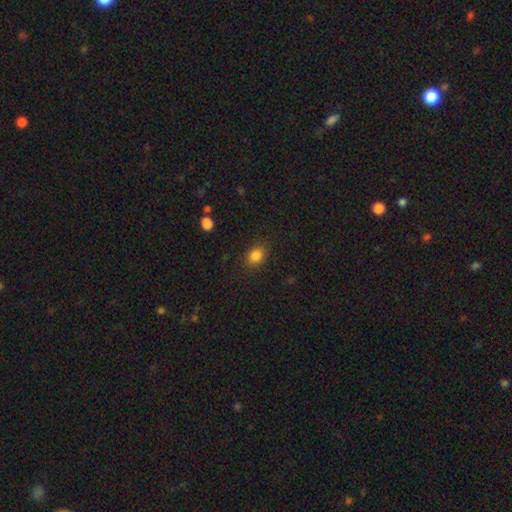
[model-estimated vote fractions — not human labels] Smooth or featured? smooth (84%)
How rounded? in between (50%)
Merging? none (86%)